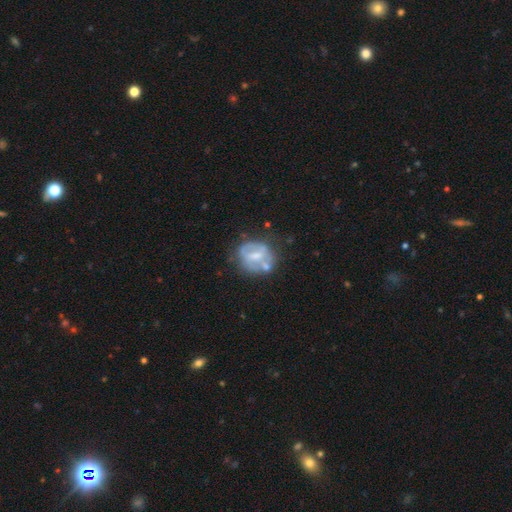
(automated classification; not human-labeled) This appears to be a featured or disk galaxy (60%) with a weak bar (41%), no spiral arms (70%) and a moderate central bulge (44%). Merging: none (47%).